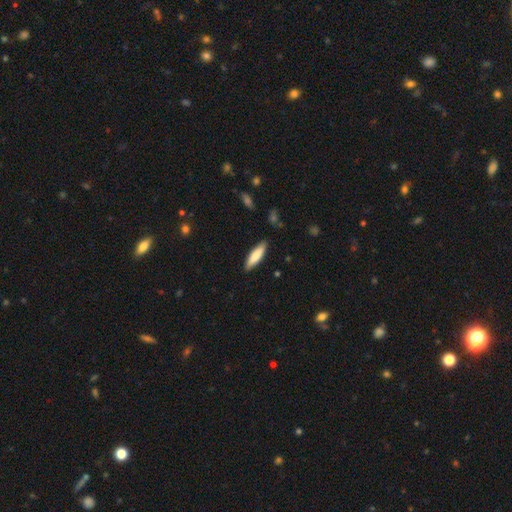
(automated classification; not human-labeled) Morphology: type=smooth (79%); roundness=cigar-shaped (67%); merging=none (88%).